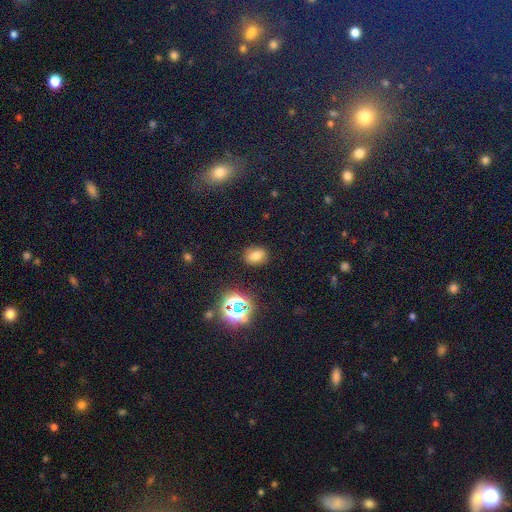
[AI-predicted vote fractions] This is likely a smooth galaxy (69%). How rounded: likely in between (65%). Merging: clearly none (85%).